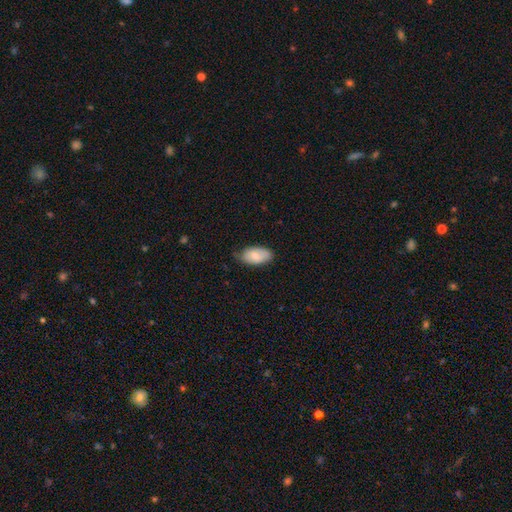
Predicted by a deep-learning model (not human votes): Overall: smooth (74%). How rounded: in between (94%). Merging: none (68%).